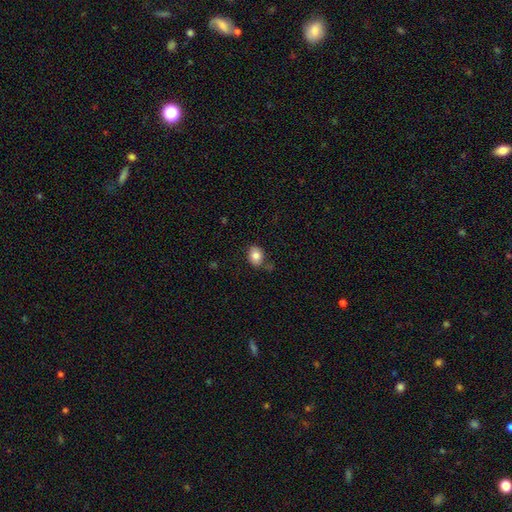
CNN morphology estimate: This is clearly a smooth galaxy (83%). How rounded: likely in between (64%). Merging: likely none (75%).